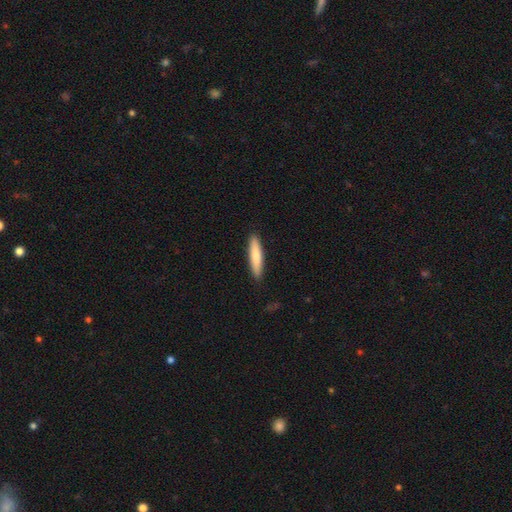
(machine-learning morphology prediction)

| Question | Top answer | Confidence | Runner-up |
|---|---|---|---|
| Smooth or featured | smooth | 78% | featured or disk (16%) |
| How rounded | cigar-shaped | 86% | in between (13%) |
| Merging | none | 90% | minor disturbance (8%) |